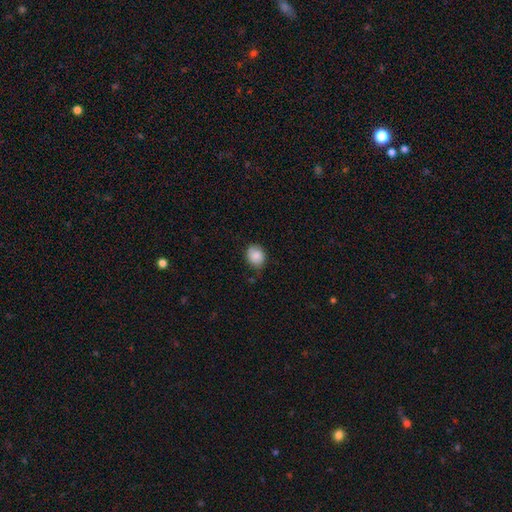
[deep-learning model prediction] smooth_or_featured: smooth (p=0.86) [alt: star or artifact p=0.08]
how_rounded: round (p=0.52) [alt: in between p=0.47]
merging: none (p=0.74) [alt: minor disturbance p=0.20]